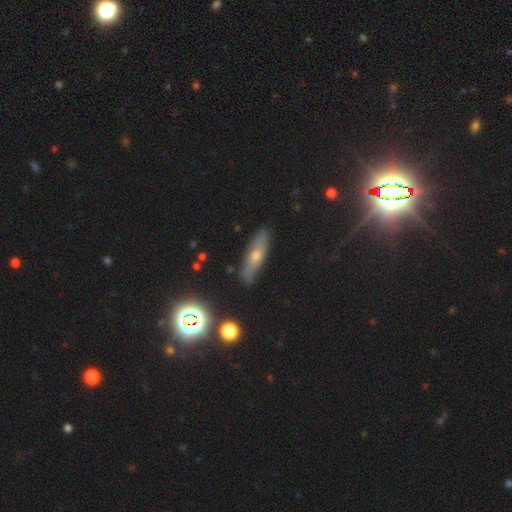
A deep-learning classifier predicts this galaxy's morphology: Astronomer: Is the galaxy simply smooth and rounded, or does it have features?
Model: smooth — 48% (runner-up: featured or disk, 38%).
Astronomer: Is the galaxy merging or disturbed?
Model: none — 86%.